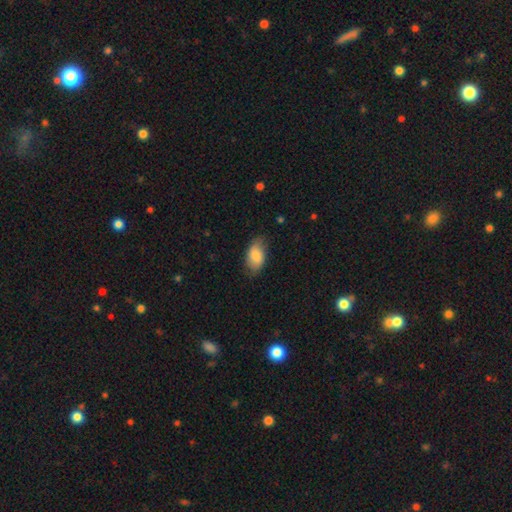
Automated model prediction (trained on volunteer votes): Morphology: type=smooth (79%); roundness=in between (92%); merging=none (72%).